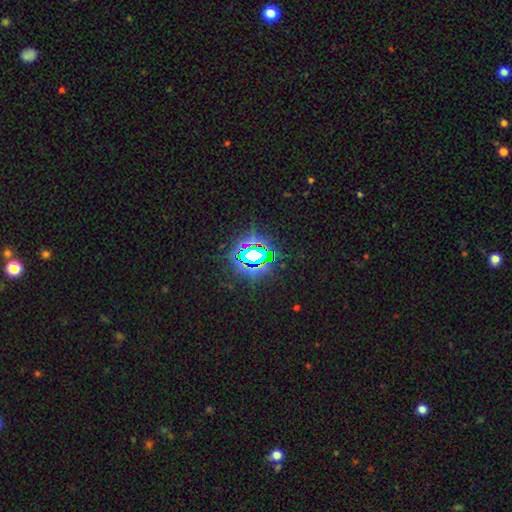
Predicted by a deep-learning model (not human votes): A star or artifact, not a galaxy (80%).

Vote fractions:
- Smooth or featured? star or artifact: 80% / smooth: 13% / featured or disk: 7%